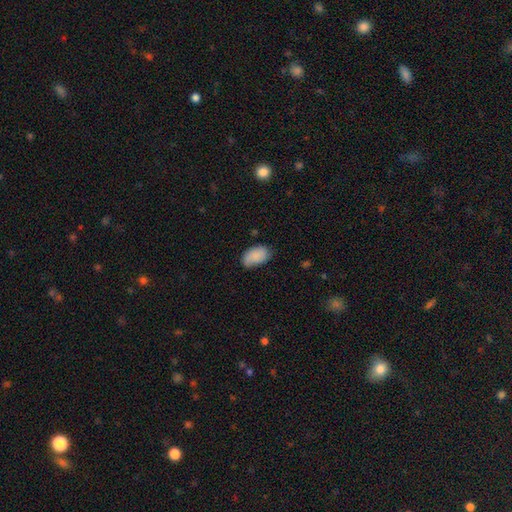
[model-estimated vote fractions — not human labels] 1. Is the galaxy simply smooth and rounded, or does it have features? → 87% smooth, 7% featured or disk, 7% star or artifact.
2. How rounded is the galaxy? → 93% in between, 6% round, 1% cigar-shaped.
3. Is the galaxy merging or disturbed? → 70% none, 24% minor disturbance, 4% major disturbance, 2% merger.